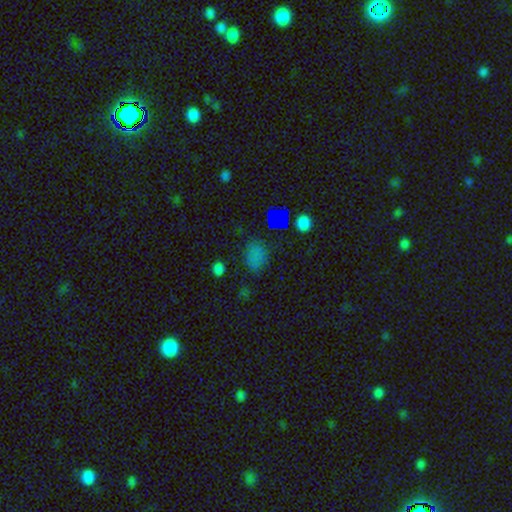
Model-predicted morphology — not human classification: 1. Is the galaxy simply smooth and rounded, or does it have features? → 62% smooth, 32% star or artifact, 6% featured or disk.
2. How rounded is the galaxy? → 57% in between, 41% round, 2% cigar-shaped.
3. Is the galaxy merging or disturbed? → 74% none, 16% minor disturbance, 6% major disturbance, 3% merger.